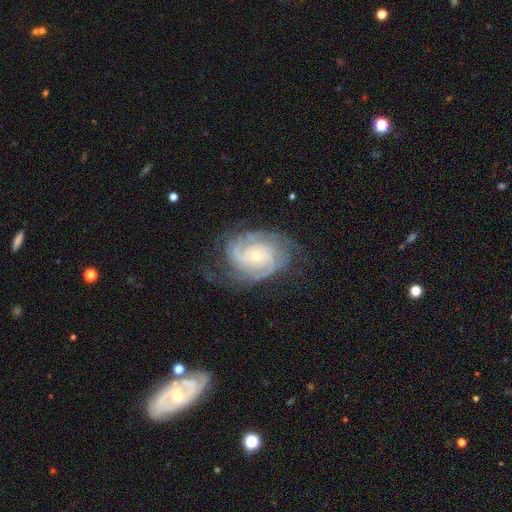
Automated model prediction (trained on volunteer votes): The model was most divided on "spiral arm count": can't tell: 28%, 2: 27%, 3: 21%, 4: 13%, more than 4: 6%, 1: 6%. More confident: edge-on disk — no (97%); spiral arms — yes (97%); smooth or featured — featured or disk (86%); bulge size — small (72%); bar — no (71%); merging — none (70%); spiral winding — tight (67%).